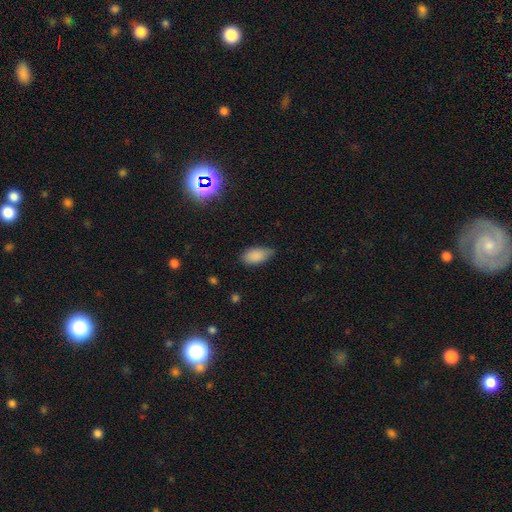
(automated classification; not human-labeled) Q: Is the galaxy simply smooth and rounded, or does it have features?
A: smooth — 87%.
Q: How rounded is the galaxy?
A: in between — 92%.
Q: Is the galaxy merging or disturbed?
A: none — 64%.